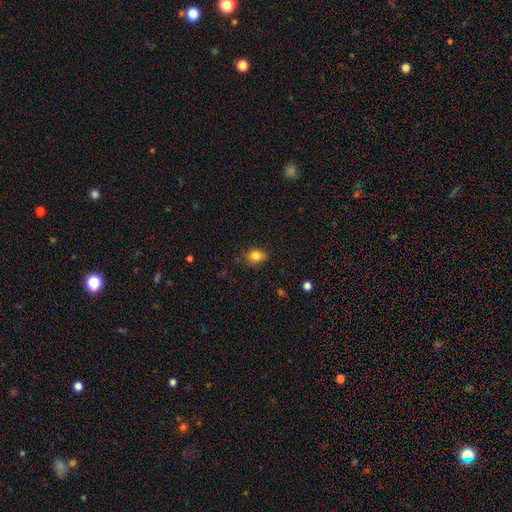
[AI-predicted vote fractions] Overall: smooth (83%). How rounded: in between (53%; round 46%). Merging: none (84%).